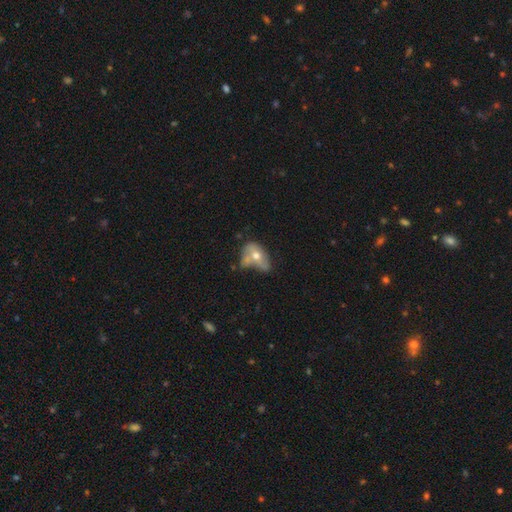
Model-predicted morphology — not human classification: Smooth or featured? Predicted: smooth (p=0.49). Merging? Predicted: minor disturbance (p=0.26, tied with merger).